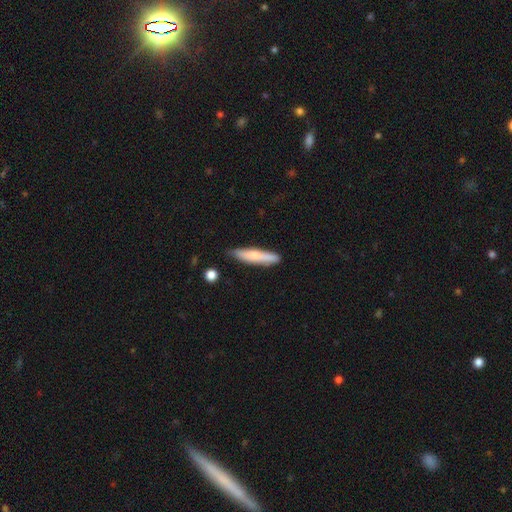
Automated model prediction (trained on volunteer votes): Smooth or featured? smooth (68%)
How rounded? cigar-shaped (86%)
Merging? none (79%)